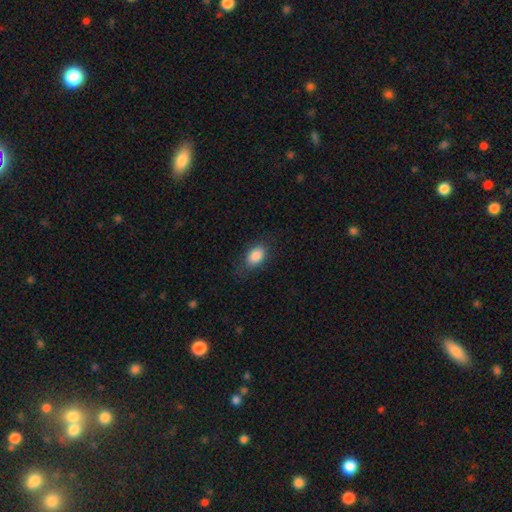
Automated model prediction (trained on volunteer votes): Smooth or featured: smooth — 87% (star or artifact — 8%)
How rounded: in between — 86% (round — 12%)
Merging: none — 79% (minor disturbance — 15%)